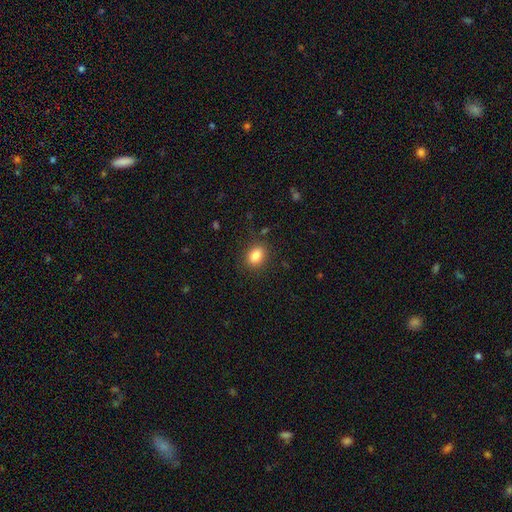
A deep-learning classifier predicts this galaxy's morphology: smooth 85%, star or artifact 9%, featured or disk 6%. Down the decision tree: how rounded — in between (73%); merging — none (85%).